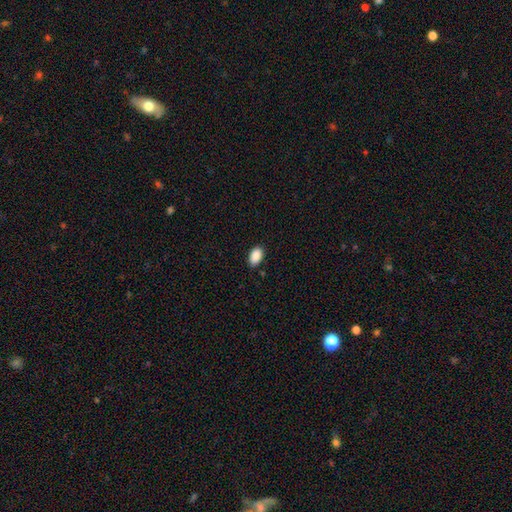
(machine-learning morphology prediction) type=smooth (90%); roundness=in between (93%); merging=none (86%).